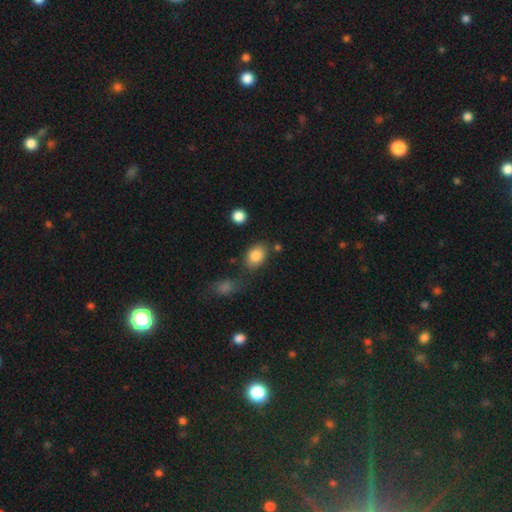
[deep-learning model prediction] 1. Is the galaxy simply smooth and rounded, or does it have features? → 85% smooth, 8% star or artifact, 7% featured or disk.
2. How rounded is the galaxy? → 77% in between, 22% round, 1% cigar-shaped.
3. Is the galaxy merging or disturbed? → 66% none, 17% minor disturbance, 11% merger, 6% major disturbance.